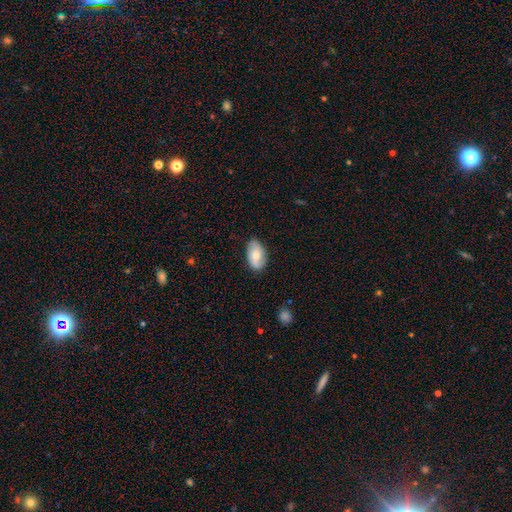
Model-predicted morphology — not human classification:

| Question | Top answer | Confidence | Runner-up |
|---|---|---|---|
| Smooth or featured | smooth | 60% | featured or disk (34%) |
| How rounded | in between | 92% | round (6%) |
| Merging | none | 78% | minor disturbance (18%) |